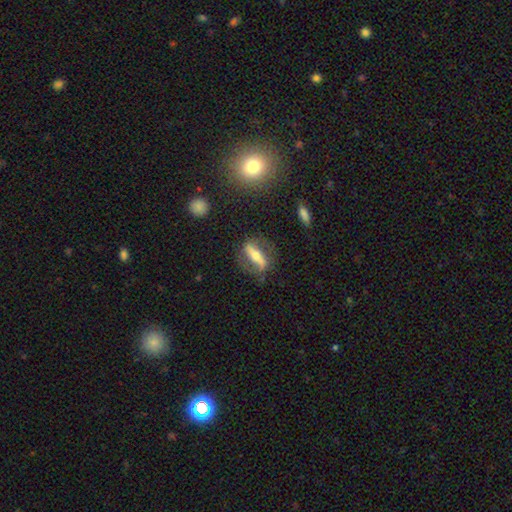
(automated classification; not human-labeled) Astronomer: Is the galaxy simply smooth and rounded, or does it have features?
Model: featured or disk — 69%.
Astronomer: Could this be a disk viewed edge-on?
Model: no — 59% (runner-up: yes, 41%).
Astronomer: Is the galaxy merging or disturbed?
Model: none — 71%.